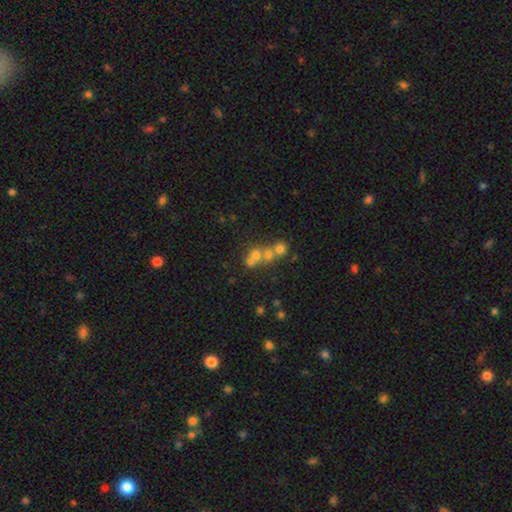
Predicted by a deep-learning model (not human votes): smooth_or_featured: smooth (p=0.54) [alt: featured or disk p=0.26]
how_rounded: round (p=0.81) [alt: in between p=0.18]
merging: merger (p=0.54) [alt: none p=0.35]